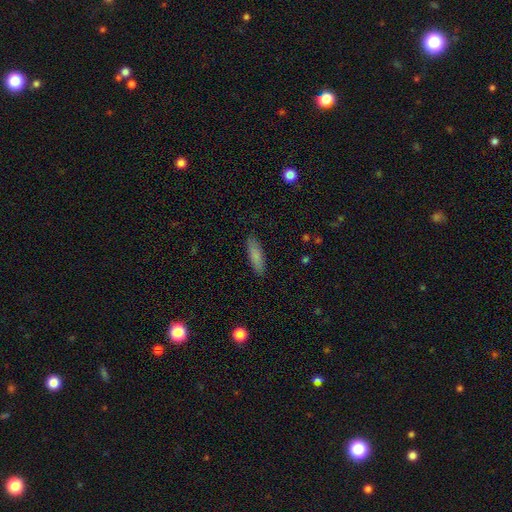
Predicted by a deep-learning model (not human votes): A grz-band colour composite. It shows a smooth galaxy with no disk features (83%) that is cigar-shaped (55%). Merging: none (88%).